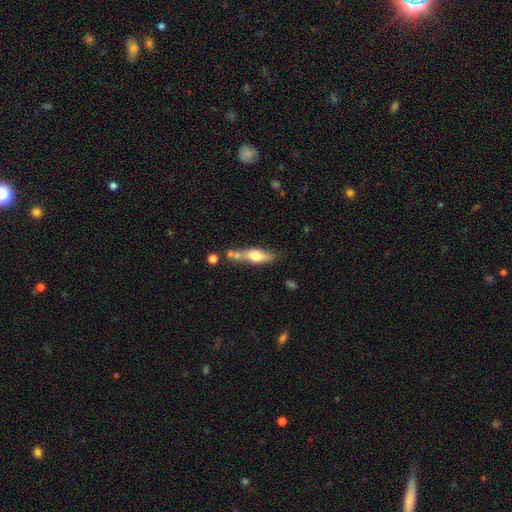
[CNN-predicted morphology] Smooth or featured?
  - smooth: 52% *
  - featured or disk: 41%
  - star or artifact: 7%
How rounded?
  - cigar-shaped: 56% *
  - in between: 40%
  - round: 4%
Merging?
  - none: 57% *
  - merger: 20%
  - minor disturbance: 17%
  - major disturbance: 5%